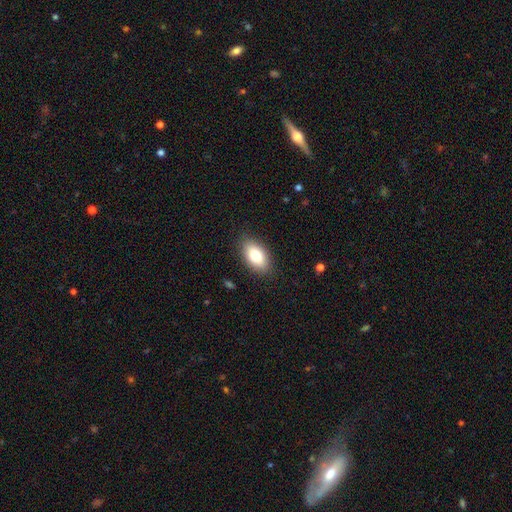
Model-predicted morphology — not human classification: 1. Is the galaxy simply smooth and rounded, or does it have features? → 80% smooth, 13% featured or disk, 7% star or artifact.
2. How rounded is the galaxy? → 92% in between, 5% round, 3% cigar-shaped.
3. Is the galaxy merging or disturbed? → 87% none, 10% minor disturbance, 3% major disturbance, 1% merger.